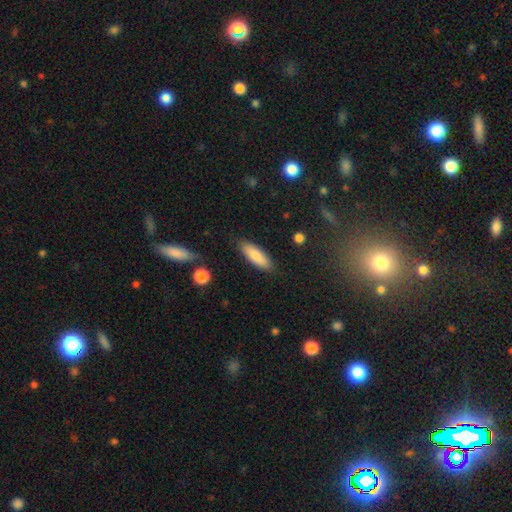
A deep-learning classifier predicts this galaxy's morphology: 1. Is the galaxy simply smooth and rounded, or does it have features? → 83% smooth, 11% featured or disk, 6% star or artifact.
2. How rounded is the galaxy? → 55% in between, 43% cigar-shaped, 2% round.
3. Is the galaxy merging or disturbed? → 85% none, 11% minor disturbance, 2% major disturbance, 2% merger.